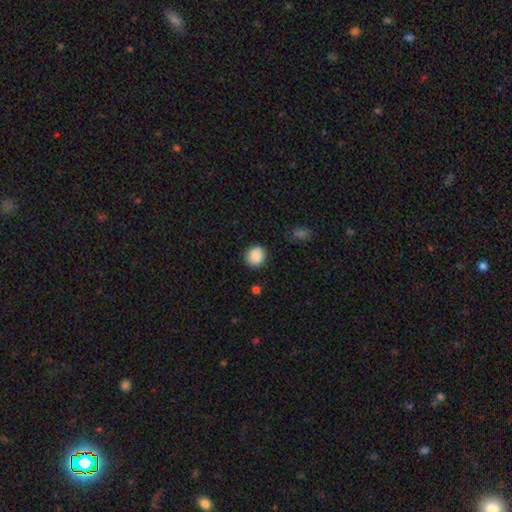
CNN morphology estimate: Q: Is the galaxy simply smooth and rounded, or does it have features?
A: smooth — 89%.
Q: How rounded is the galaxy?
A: round — 83%.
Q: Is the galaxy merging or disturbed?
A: none — 86%.